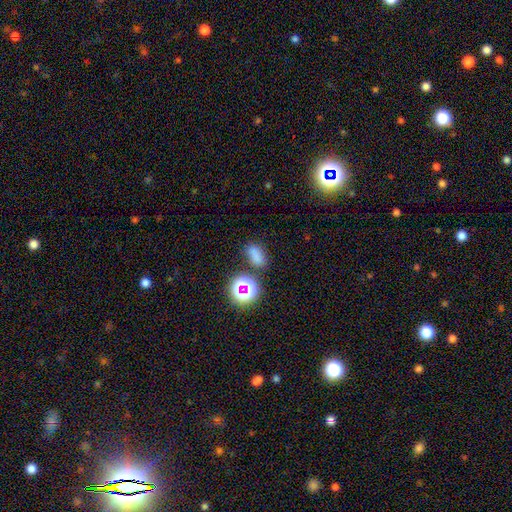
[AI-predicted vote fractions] smooth-or-featured: smooth: 70% | star or artifact: 22% | featured or disk: 8%
  how-rounded: in between: 78% | round: 18% | cigar-shaped: 4%
  merging: none: 66% | minor disturbance: 15% | merger: 12% | major disturbance: 6%